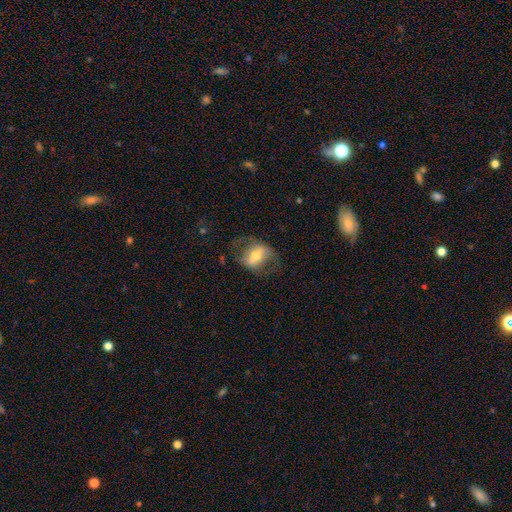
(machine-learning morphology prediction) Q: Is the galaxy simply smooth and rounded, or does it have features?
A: featured or disk — 53%.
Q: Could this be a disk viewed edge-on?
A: no — 87%.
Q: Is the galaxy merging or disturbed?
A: none — 60%.